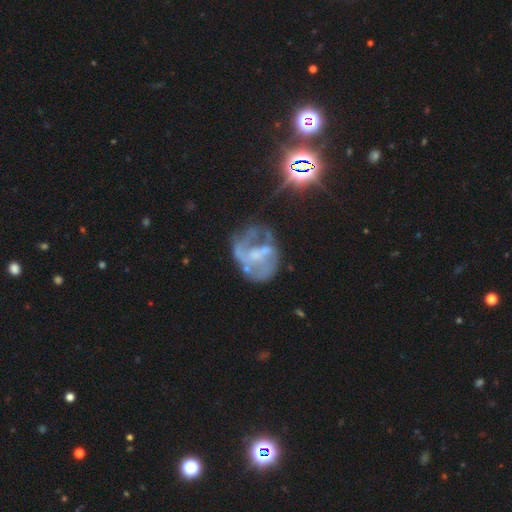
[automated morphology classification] type=featured or disk (72%); edge-on=no (98%); bar=no (50%); spiral arms=yes (61%); bulge=none (37%); merging=none (40%).